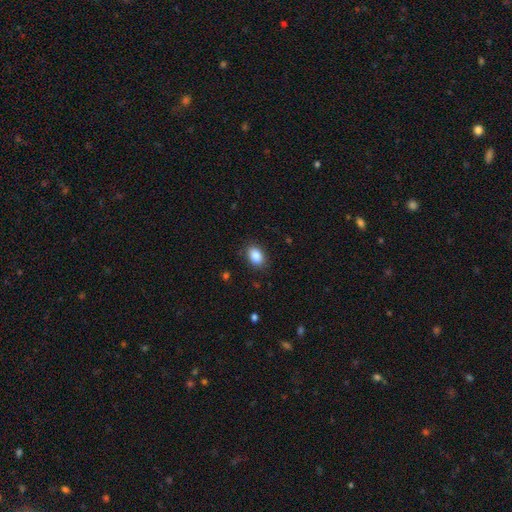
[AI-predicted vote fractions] A smooth galaxy with no disk features (88%) that is in between round and cigar-shaped (83%). Merging: none (86%).